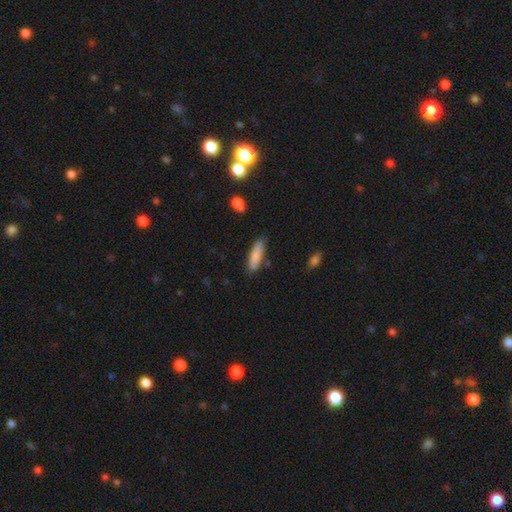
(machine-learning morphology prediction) Smooth or featured?
  - smooth: 83% *
  - featured or disk: 10%
  - star or artifact: 6%
How rounded?
  - cigar-shaped: 59% *
  - in between: 39%
  - round: 2%
Merging?
  - none: 78% *
  - minor disturbance: 16%
  - merger: 3%
  - major disturbance: 3%